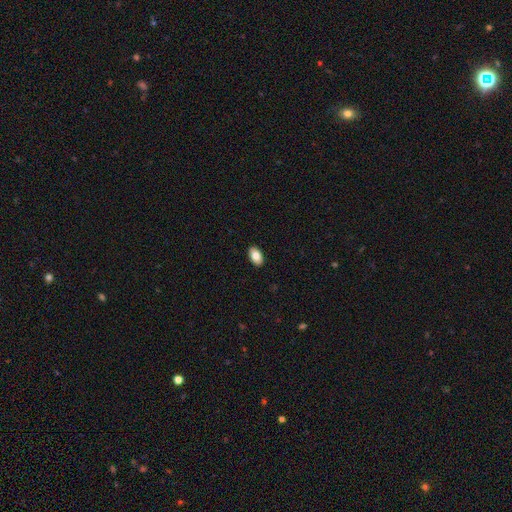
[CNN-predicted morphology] This appears to be a smooth galaxy with no disk features (84%) that is in between round and cigar-shaped (93%). Merging: none (91%).